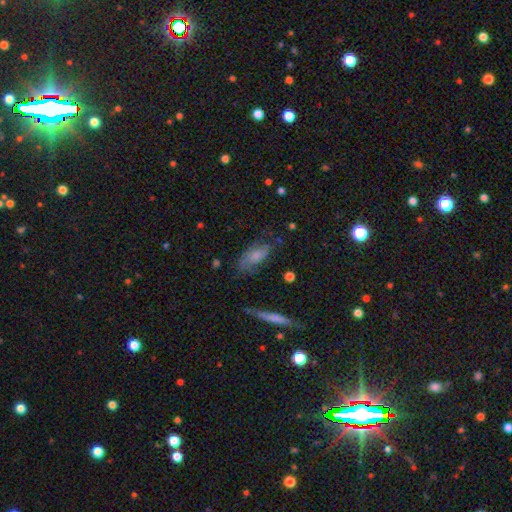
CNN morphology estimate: This is possibly a smooth galaxy (53%). How rounded: likely in between (79%). Merging: possibly none (51%).